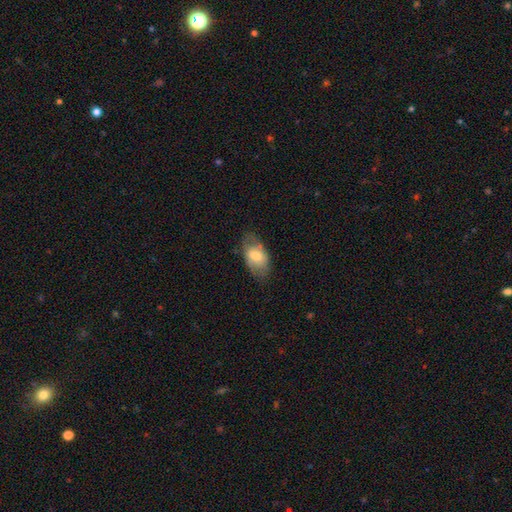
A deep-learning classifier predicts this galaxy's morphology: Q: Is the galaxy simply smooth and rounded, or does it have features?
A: smooth — 63%.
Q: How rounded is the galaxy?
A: in between — 92%.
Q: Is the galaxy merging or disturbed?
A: none — 69%.